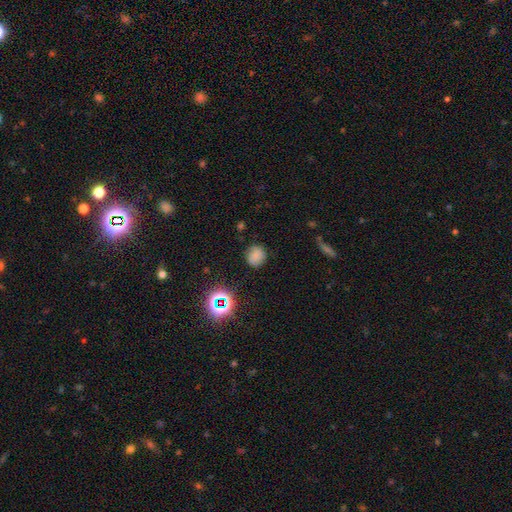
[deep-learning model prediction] Q: Smooth or featured?
A: smooth (74%); runner-up: star or artifact (18%)
Q: How rounded?
A: round (77%); runner-up: in between (22%)
Q: Merging?
A: none (80%); runner-up: minor disturbance (14%)